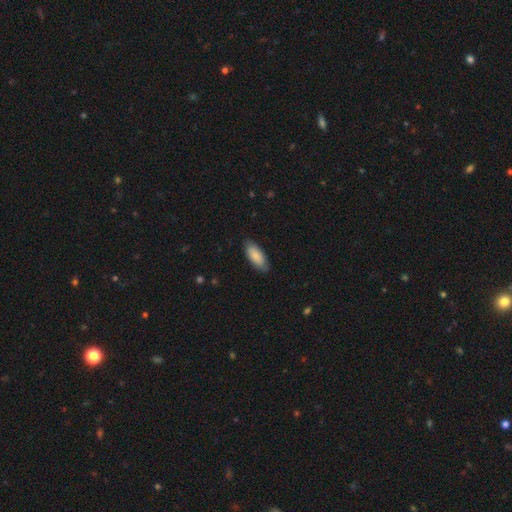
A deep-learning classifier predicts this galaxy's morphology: smooth-or-featured: smooth: 86% | featured or disk: 9% | star or artifact: 5%
  how-rounded: in between: 84% | cigar-shaped: 14% | round: 2%
  merging: none: 83% | minor disturbance: 13% | major disturbance: 2% | merger: 1%